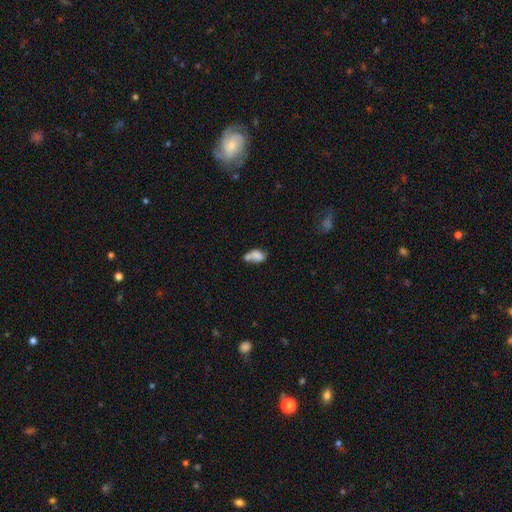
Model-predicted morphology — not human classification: A smooth galaxy with no disk features (68%) that is in between round and cigar-shaped (85%). Merging: merger (40%).